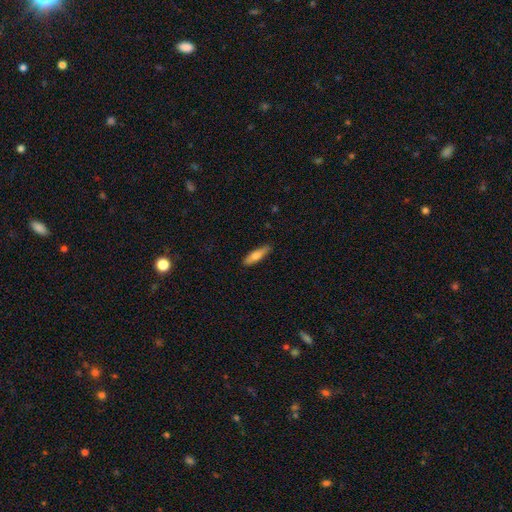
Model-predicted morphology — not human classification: smooth-or-featured: smooth: 65% | featured or disk: 29% | star or artifact: 6%
  how-rounded: cigar-shaped: 69% | in between: 29% | round: 2%
  merging: none: 87% | minor disturbance: 10% | major disturbance: 2% | merger: 1%